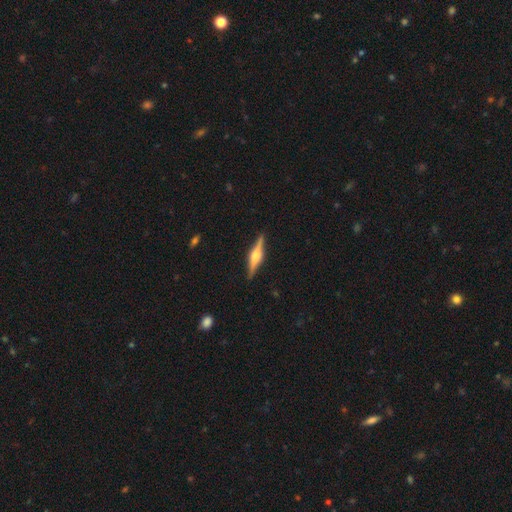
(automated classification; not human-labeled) Morphology: type=featured or disk (76%); edge-on=yes (98%); edge-on bulge=rounded (84%); merging=none (90%).